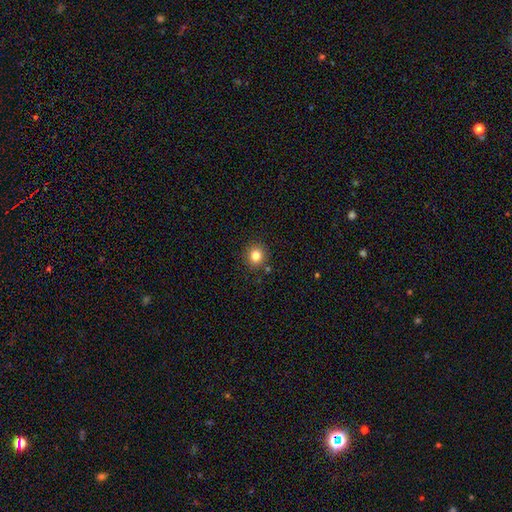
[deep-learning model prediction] A smooth galaxy with no disk features (82%) that is round (89%).

Vote fractions:
- Smooth or featured? smooth: 82% / star or artifact: 12% / featured or disk: 6%
- How rounded? round: 89% / in between: 10% / cigar-shaped: 1%
- Merging? none: 87% / minor disturbance: 7% / merger: 3% / major disturbance: 2%